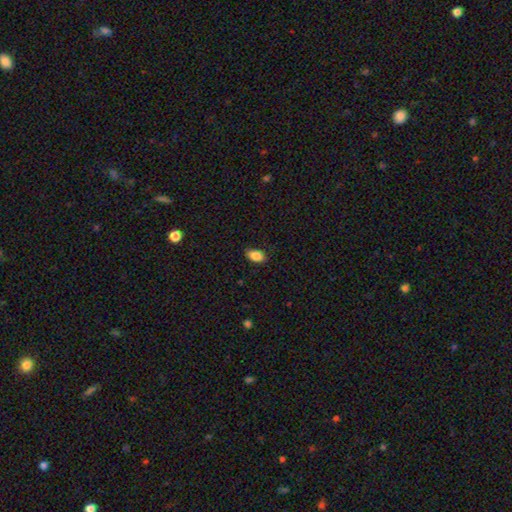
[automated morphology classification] This is clearly a smooth galaxy (88%). How rounded: clearly in between (91%). Merging: clearly none (86%).